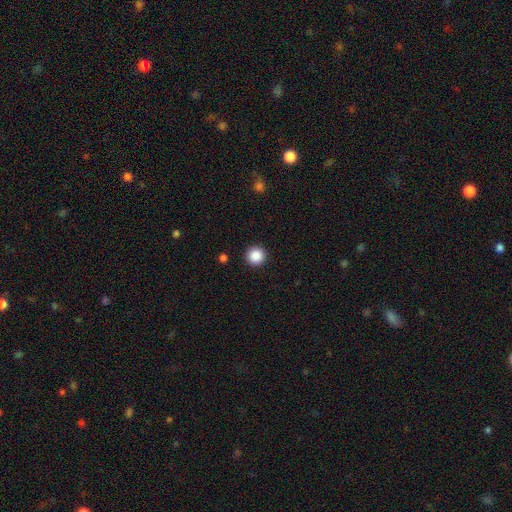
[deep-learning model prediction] Smooth or featured? smooth (88%)
How rounded? round (96%)
Merging? none (93%)